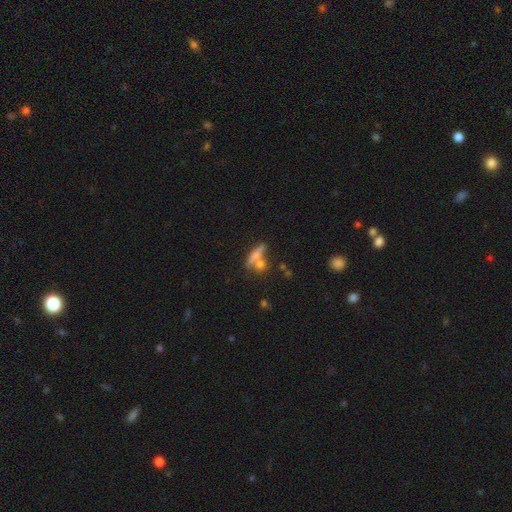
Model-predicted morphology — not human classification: The model was most divided on "merging": none: 54%, merger: 30%, minor disturbance: 11%, major disturbance: 5%. More confident: how rounded — cigar-shaped (65%); smooth or featured — smooth (61%).